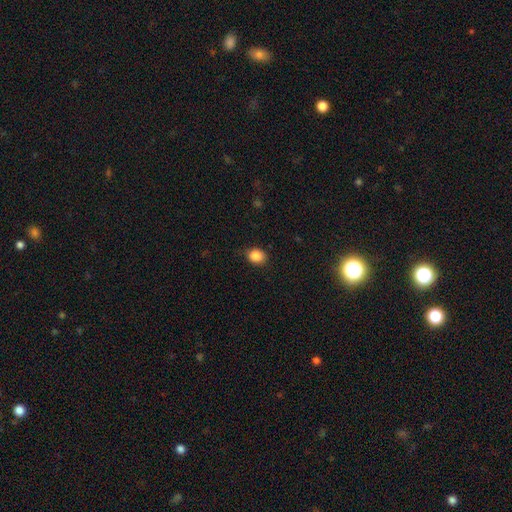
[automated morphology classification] A smooth galaxy with no disk features (87%) that is round (58%).

Vote fractions:
- Smooth or featured? smooth: 87% / star or artifact: 9% / featured or disk: 4%
- How rounded? round: 58% / in between: 41% / cigar-shaped: 1%
- Merging? none: 82% / minor disturbance: 14% / major disturbance: 3% / merger: 1%